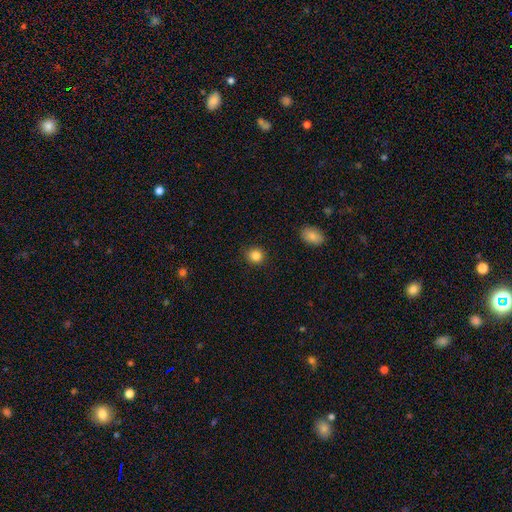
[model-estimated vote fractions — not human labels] smooth_or_featured: smooth (p=0.85) [alt: star or artifact p=0.11]
how_rounded: round (p=0.87) [alt: in between p=0.12]
merging: none (p=0.89) [alt: minor disturbance p=0.08]